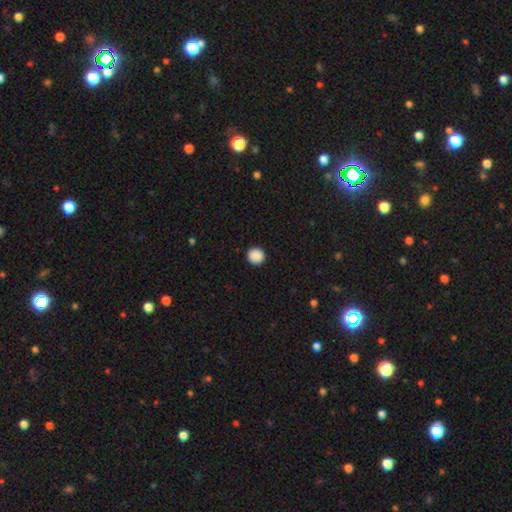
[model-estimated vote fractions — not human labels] This appears to be a smooth galaxy with no disk features (89%) that is round (95%). Merging: none (93%).